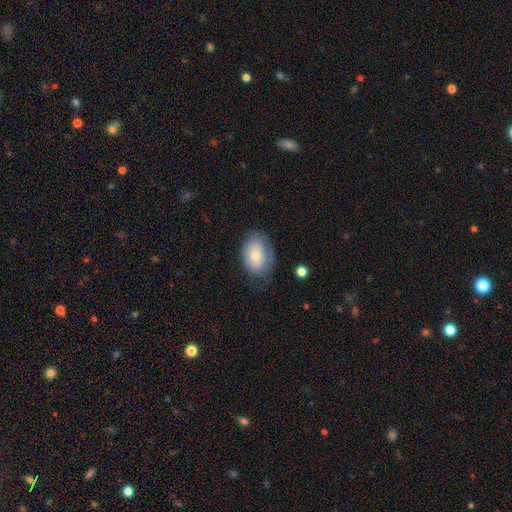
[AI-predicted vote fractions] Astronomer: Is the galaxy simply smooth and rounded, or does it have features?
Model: smooth — 72%.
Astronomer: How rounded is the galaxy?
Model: in between — 86%.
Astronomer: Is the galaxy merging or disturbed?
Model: none — 57%.